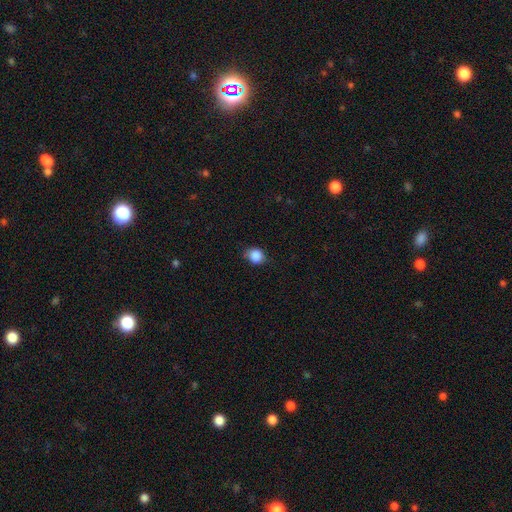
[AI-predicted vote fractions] Overall: smooth (87%). How rounded: round (72%). Merging: none (75%).